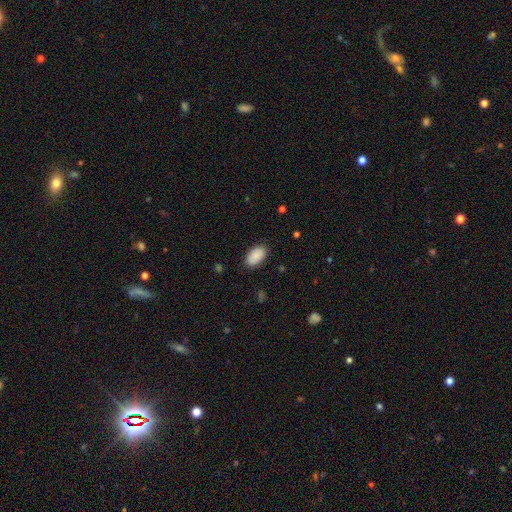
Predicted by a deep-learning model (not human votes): smooth 89%, star or artifact 6%, featured or disk 4%. Down the decision tree: how rounded — in between (94%); merging — none (86%).